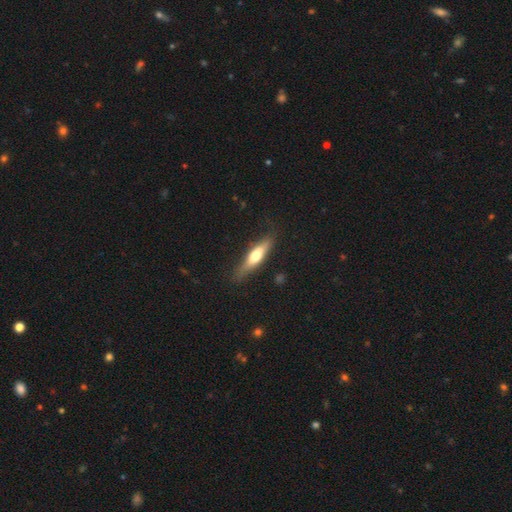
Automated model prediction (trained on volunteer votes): smooth 49%, featured or disk 46%, star or artifact 6%. Down the decision tree: merging — none (80%).